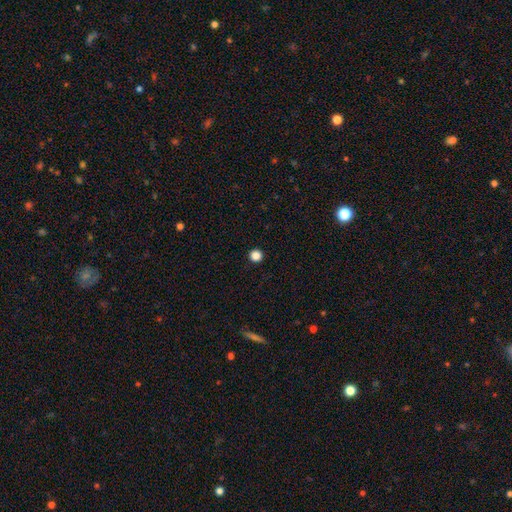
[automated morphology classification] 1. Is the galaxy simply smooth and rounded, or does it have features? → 85% smooth, 12% star or artifact, 3% featured or disk.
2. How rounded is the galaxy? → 95% round, 4% in between, 1% cigar-shaped.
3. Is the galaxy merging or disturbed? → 94% none, 4% minor disturbance, 1% major disturbance, 1% merger.